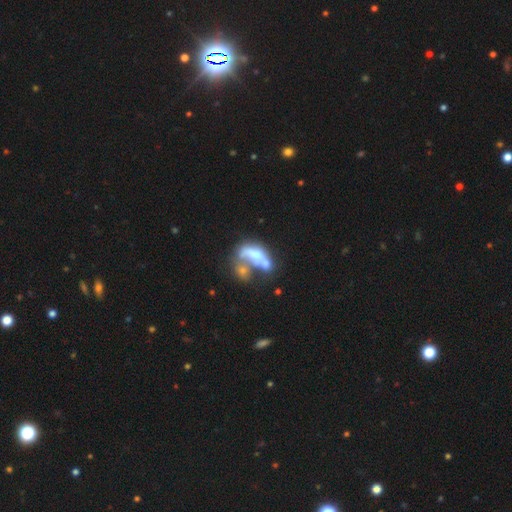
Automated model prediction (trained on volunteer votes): Smooth or featured? featured or disk (47%)
Merging? merger (53%)